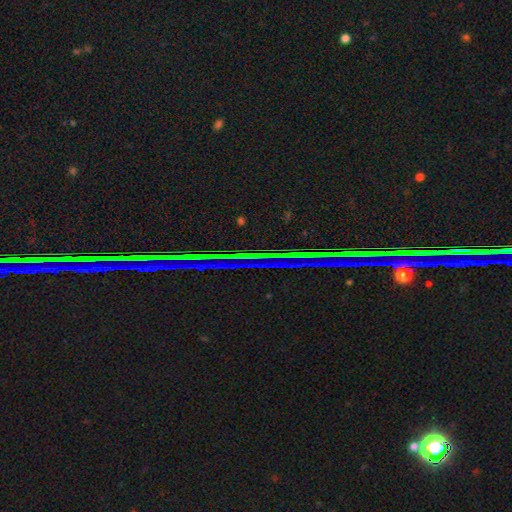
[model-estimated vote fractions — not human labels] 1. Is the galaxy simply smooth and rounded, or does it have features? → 88% star or artifact, 6% featured or disk, 6% smooth.